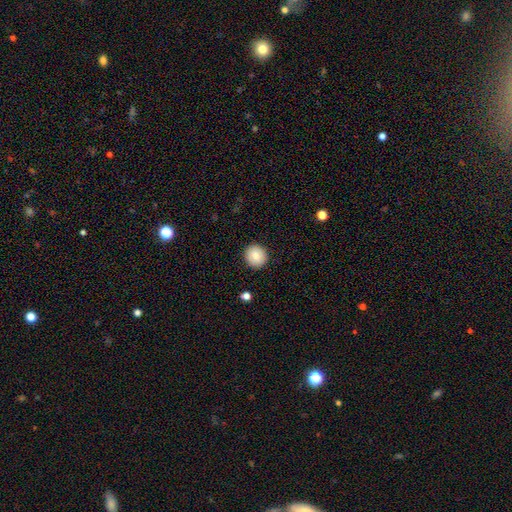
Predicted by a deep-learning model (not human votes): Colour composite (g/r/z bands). It shows a smooth galaxy with no disk features (85%) that is round (90%). Merging: none (92%).